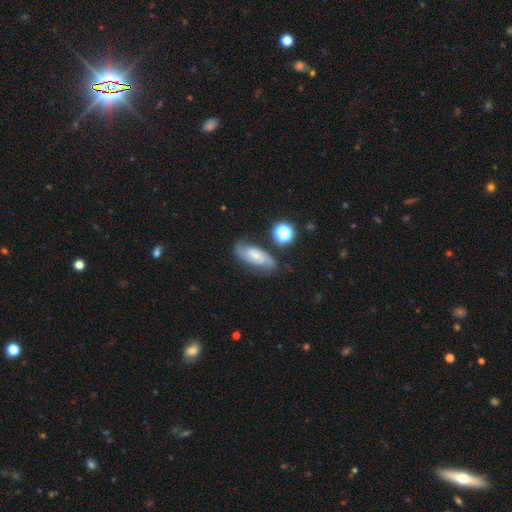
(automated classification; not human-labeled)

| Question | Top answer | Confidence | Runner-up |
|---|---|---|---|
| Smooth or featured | featured or disk | 59% | smooth (31%) |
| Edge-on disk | no | 91% | yes (9%) |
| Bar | no | 60% | weak (32%) |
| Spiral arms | yes | 90% | no (10%) |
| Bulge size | small | 60% | moderate (25%) |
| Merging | none | 68% | minor disturbance (20%) |